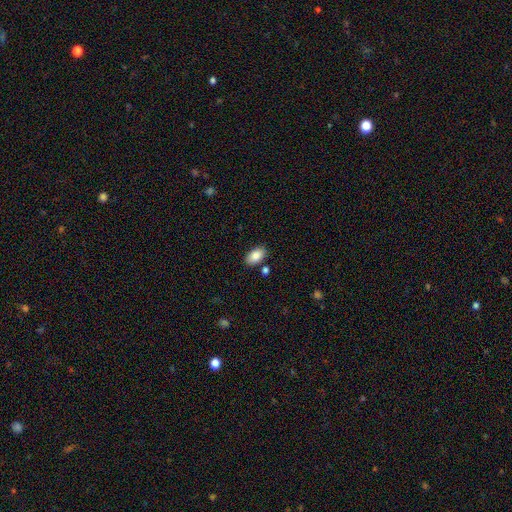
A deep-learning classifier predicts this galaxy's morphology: smooth_or_featured: smooth (p=0.87) [alt: star or artifact p=0.07]
how_rounded: in between (p=0.93) [alt: round p=0.06]
merging: none (p=0.83) [alt: minor disturbance p=0.10]